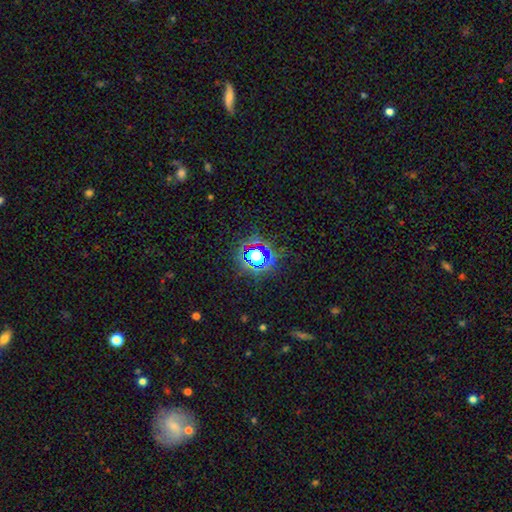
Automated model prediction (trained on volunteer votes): This is likely a star or artifact rather than a galaxy (66%).